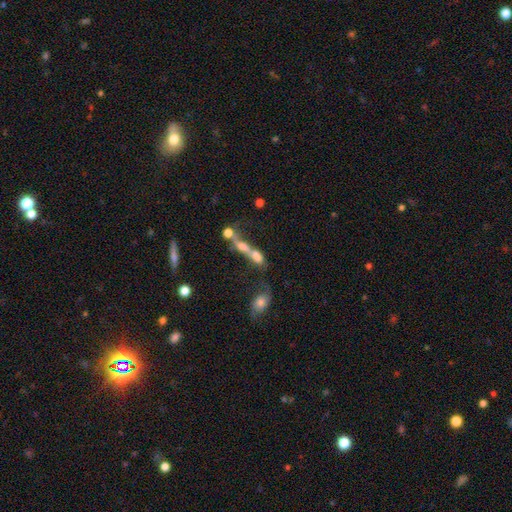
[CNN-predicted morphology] smooth-or-featured: smooth: 45% | featured or disk: 39% | star or artifact: 16%
  merging: merger: 62% | none: 16% | major disturbance: 13% | minor disturbance: 8%